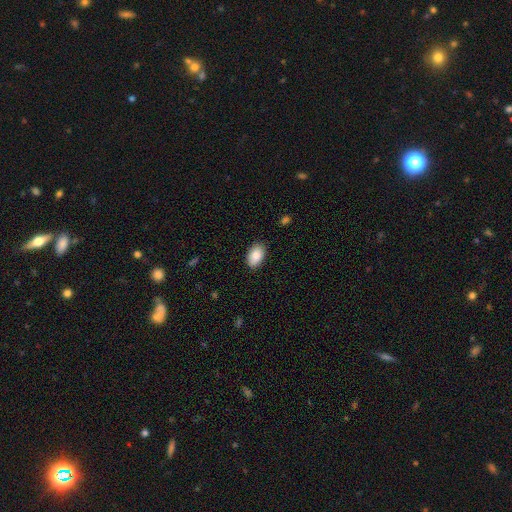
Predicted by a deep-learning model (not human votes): Q: Smooth or featured?
A: smooth (89%); runner-up: star or artifact (7%)
Q: How rounded?
A: in between (92%); runner-up: round (6%)
Q: Merging?
A: none (86%); runner-up: minor disturbance (11%)